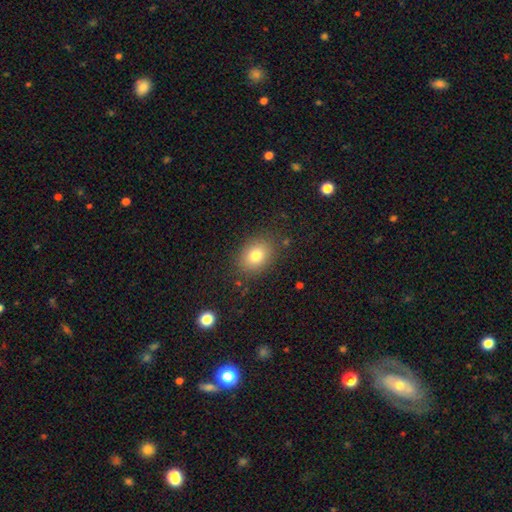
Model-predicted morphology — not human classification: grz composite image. It shows a smooth galaxy with no disk features (79%) that is in between round and cigar-shaped (58%). Merging: none (84%).